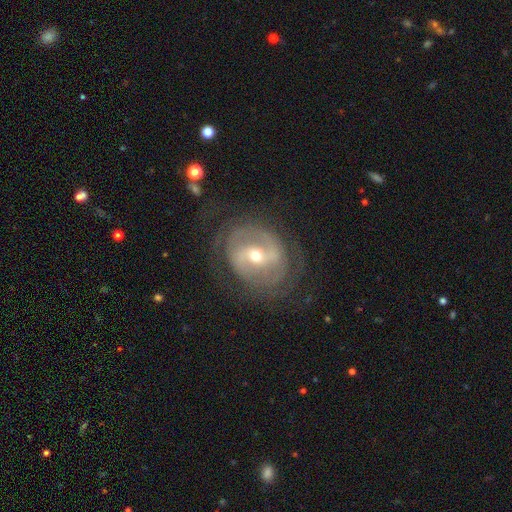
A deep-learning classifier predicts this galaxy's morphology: featured or disk 83%, smooth 11%, star or artifact 6%. Down the decision tree: edge-on disk — no (96%); bar — weak (42%); spiral arms — yes (84%); spiral arm count — 2 (56%); spiral winding — tight (47%); bulge size — small (49%); merging — none (68%).